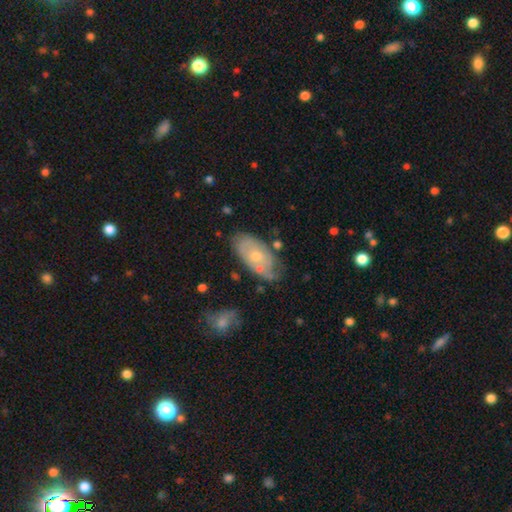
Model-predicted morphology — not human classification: The model was most divided on "spiral arms": yes: 51%, no: 49%. Remaining: edge-on disk — no (89%); bar — no (85%); merging — none (67%); smooth or featured — featured or disk (57%); bulge size — small (50%).